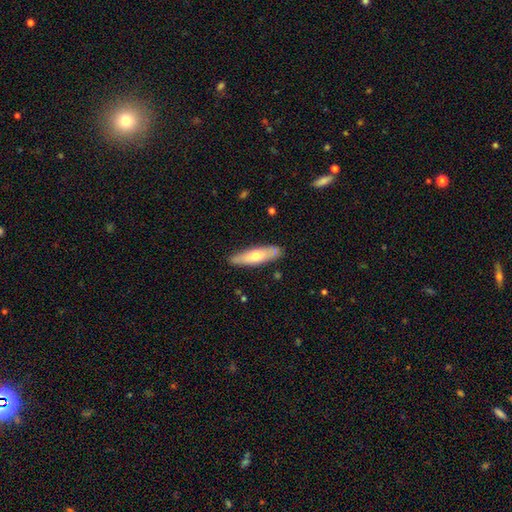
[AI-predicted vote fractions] The model was most divided on "smooth or featured": smooth: 57%, featured or disk: 37%, star or artifact: 5%. More confident: merging — none (85%); how rounded — cigar-shaped (65%).